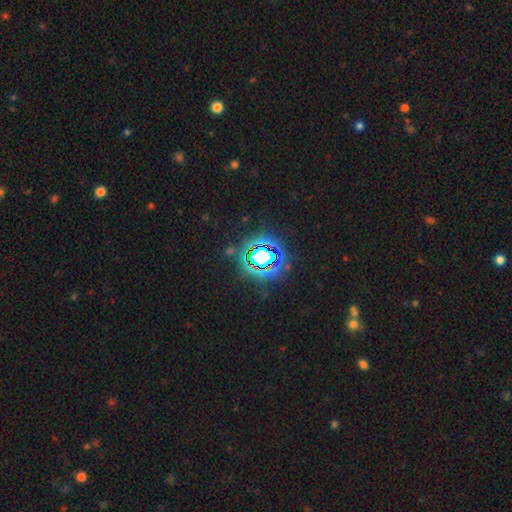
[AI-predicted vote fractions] Smooth or featured? Predicted: star or artifact (p=0.74).